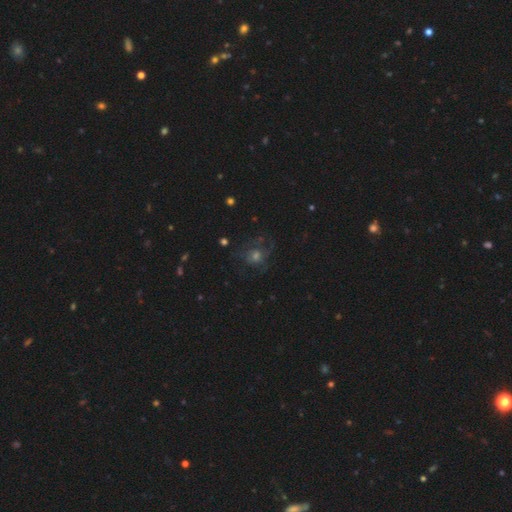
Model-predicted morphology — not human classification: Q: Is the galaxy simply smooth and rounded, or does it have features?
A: featured or disk — 41%.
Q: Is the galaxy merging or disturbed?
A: none — 61%.